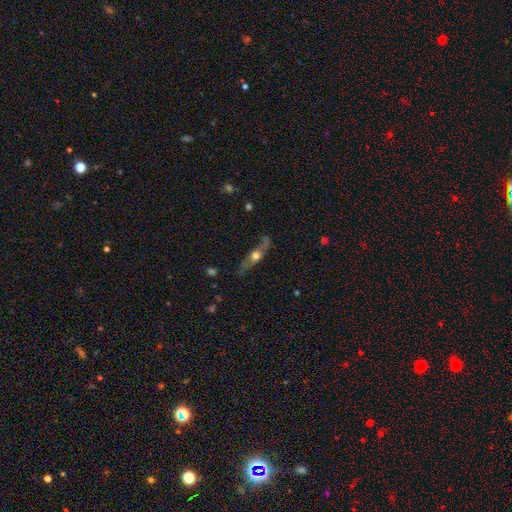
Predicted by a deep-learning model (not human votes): A featured or disk galaxy (59%) viewed edge-on (75%). Merging: none (67%).